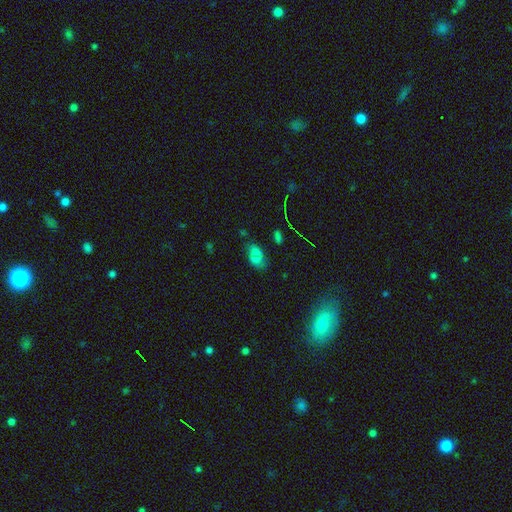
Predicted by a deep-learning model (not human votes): Overall: smooth (65%). How rounded: in between (89%). Merging: none (54%; minor disturbance 26%).